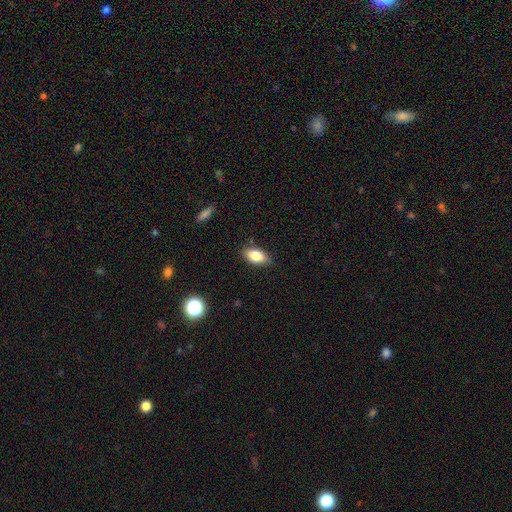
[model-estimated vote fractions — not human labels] The model was most divided on "merging": none: 83%, minor disturbance: 13%, major disturbance: 2%, merger: 1%. More confident: how rounded — in between (91%); smooth or featured — smooth (84%).